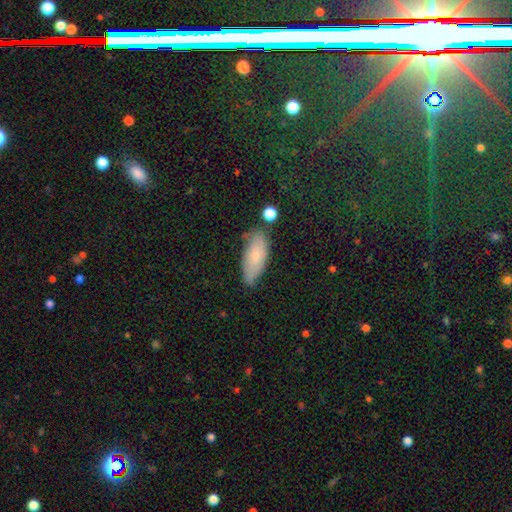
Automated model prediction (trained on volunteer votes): Morphology: type=smooth (69%); roundness=in between (81%); merging=none (63%).